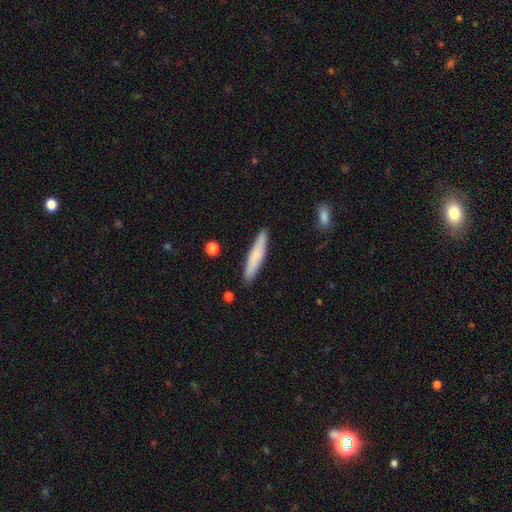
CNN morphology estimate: A smooth galaxy with no disk features (74%) that is cigar-shaped (90%).

Vote fractions:
- Smooth or featured? smooth: 74% / featured or disk: 20% / star or artifact: 6%
- How rounded? cigar-shaped: 90% / in between: 9% / round: 1%
- Merging? none: 88% / minor disturbance: 8% / major disturbance: 2% / merger: 1%